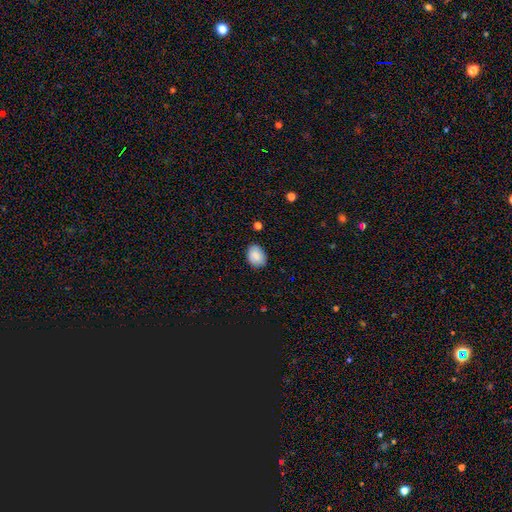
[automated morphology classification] The model was most divided on "how rounded": in between: 67%, round: 32%, cigar-shaped: 1%. More confident: smooth or featured — smooth (86%); merging — none (81%).